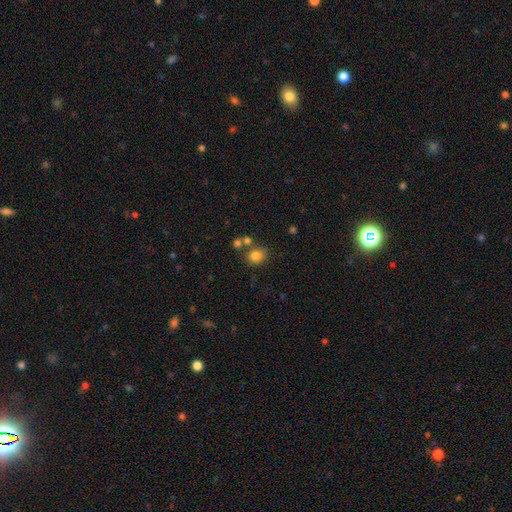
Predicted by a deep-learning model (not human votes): Smooth or featured?
  - smooth: 80% *
  - star or artifact: 12%
  - featured or disk: 8%
How rounded?
  - round: 74% *
  - in between: 25%
  - cigar-shaped: 1%
Merging?
  - none: 68% *
  - merger: 17%
  - minor disturbance: 11%
  - major disturbance: 4%